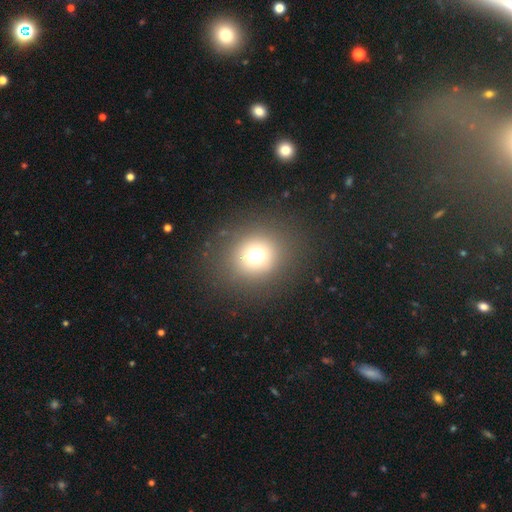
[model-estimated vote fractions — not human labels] The model was most divided on "smooth or featured": smooth: 70%, star or artifact: 19%, featured or disk: 11%. More confident: merging — none (86%); how rounded — round (86%).